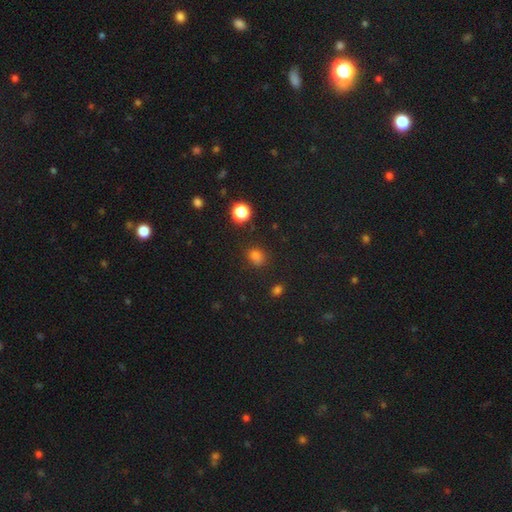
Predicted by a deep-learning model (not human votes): Smooth or featured? smooth (76%)
How rounded? round (53%)
Merging? none (77%)